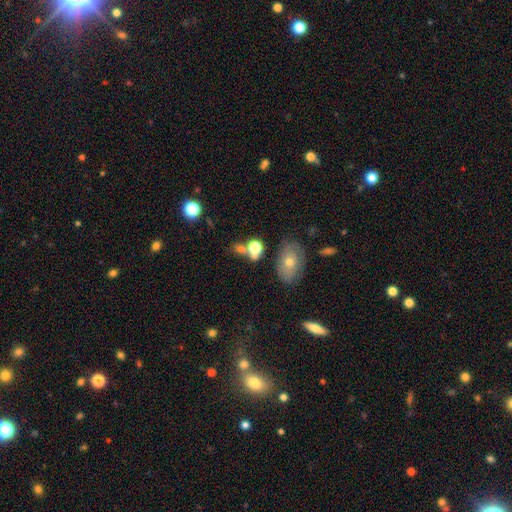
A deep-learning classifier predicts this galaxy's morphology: Smooth or featured? Predicted: smooth (p=0.49). Merging? Predicted: none (p=0.74).